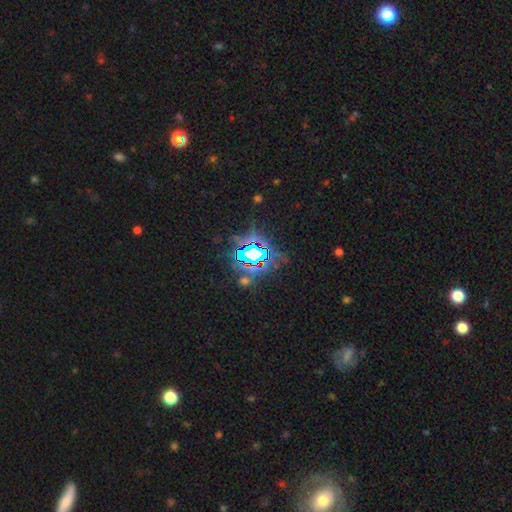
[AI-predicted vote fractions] The model was most divided on "smooth or featured": star or artifact: 76%, smooth: 12%, featured or disk: 11%.